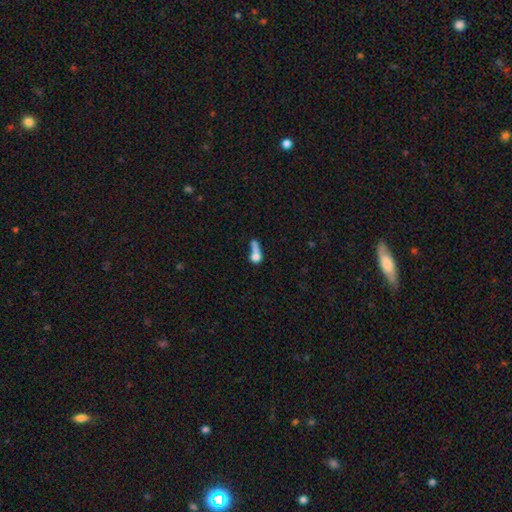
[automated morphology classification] Smooth or featured?
  - smooth: 66% *
  - featured or disk: 23%
  - star or artifact: 12%
How rounded?
  - round: 47% *
  - in between: 39%
  - cigar-shaped: 14%
Merging?
  - merger: 54% *
  - none: 20%
  - major disturbance: 16%
  - minor disturbance: 10%